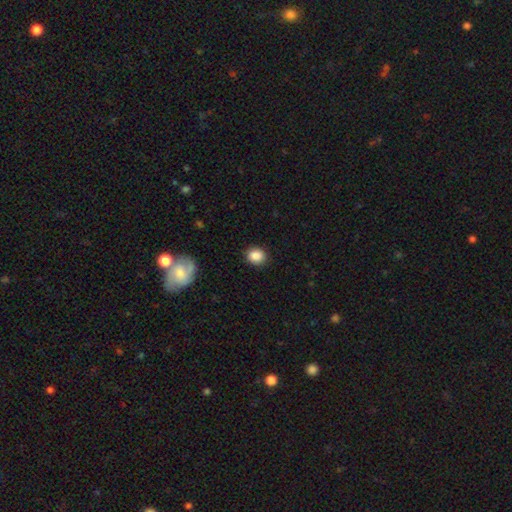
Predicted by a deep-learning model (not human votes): Morphology: type=smooth (87%); roundness=round (63%); merging=none (87%).